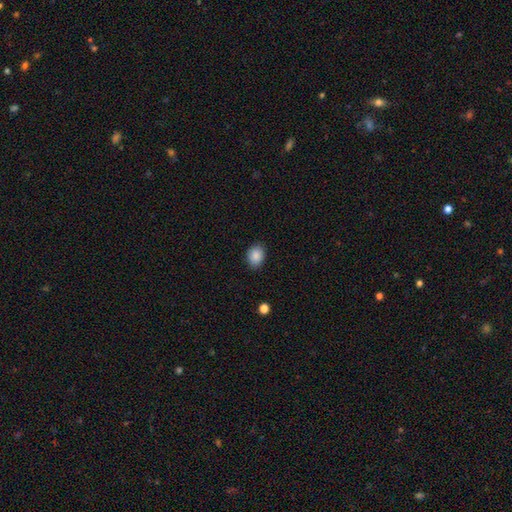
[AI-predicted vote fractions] Smooth or featured? smooth (88%)
How rounded? in between (56%)
Merging? none (86%)